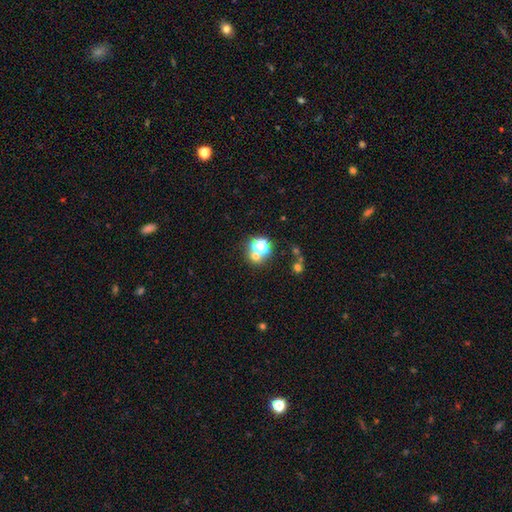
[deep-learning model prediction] A smooth galaxy with no disk features (55%) that is round (83%). Merging: none (58%).